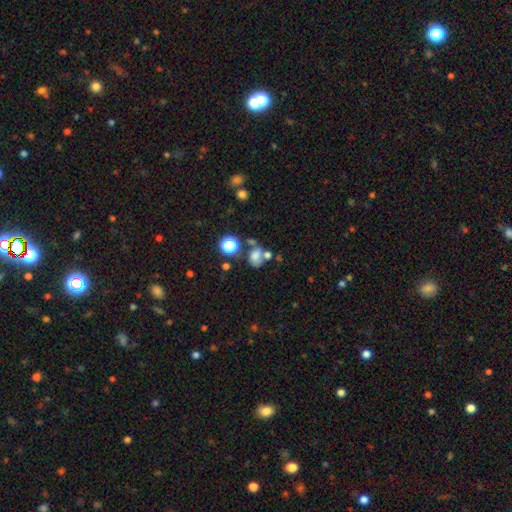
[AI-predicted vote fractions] This appears to be a smooth galaxy with no disk features (64%) that is in between round and cigar-shaped (57%). Merging: none (38%).